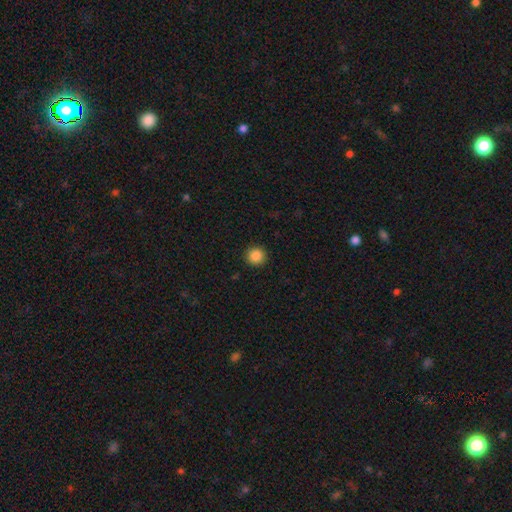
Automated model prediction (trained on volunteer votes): smooth_or_featured: smooth (p=0.87) [alt: star or artifact p=0.10]
how_rounded: round (p=0.94) [alt: in between p=0.05]
merging: none (p=0.92) [alt: minor disturbance p=0.05]